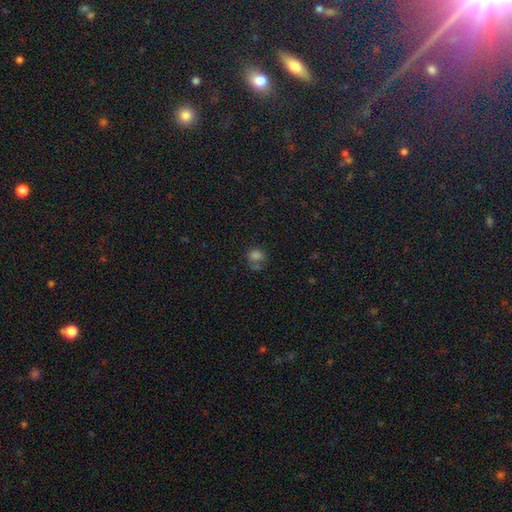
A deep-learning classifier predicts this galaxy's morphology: Overall: smooth (73%). How rounded: round (74%). Merging: none (58%; minor disturbance 18%).